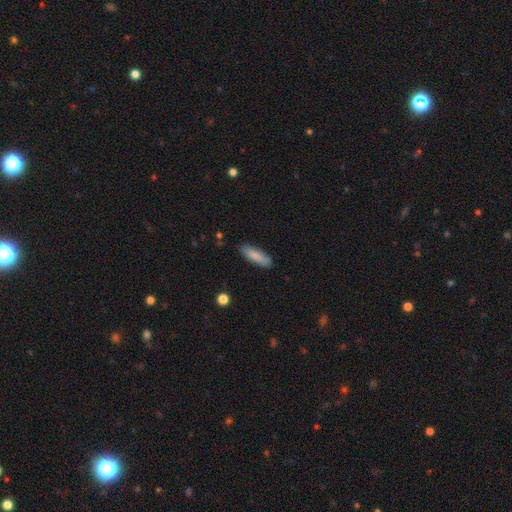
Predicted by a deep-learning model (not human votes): smooth_or_featured: smooth (p=0.85) [alt: featured or disk p=0.09]
how_rounded: cigar-shaped (p=0.54) [alt: in between p=0.45]
merging: none (p=0.84) [alt: minor disturbance p=0.12]